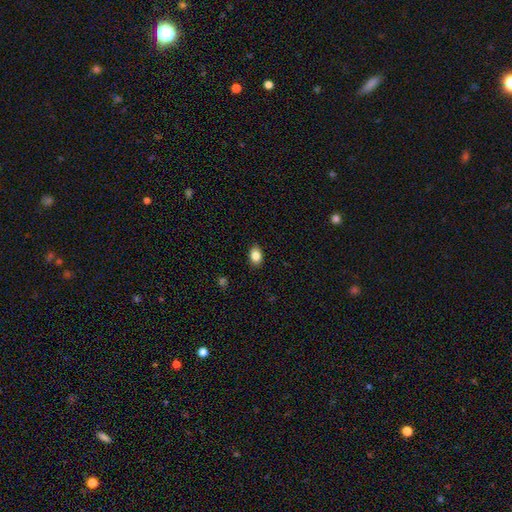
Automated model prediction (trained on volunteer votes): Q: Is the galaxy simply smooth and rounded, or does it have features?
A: smooth — 85%.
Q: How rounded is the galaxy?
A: in between — 76%.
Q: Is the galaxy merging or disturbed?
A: none — 88%.